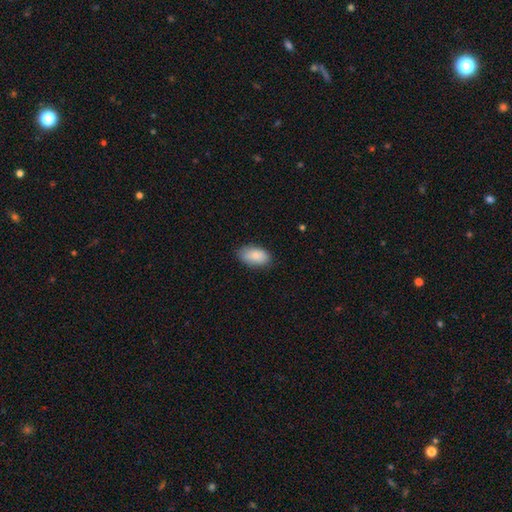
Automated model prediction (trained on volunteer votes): Smooth or featured? smooth (87%)
How rounded? in between (94%)
Merging? none (79%)